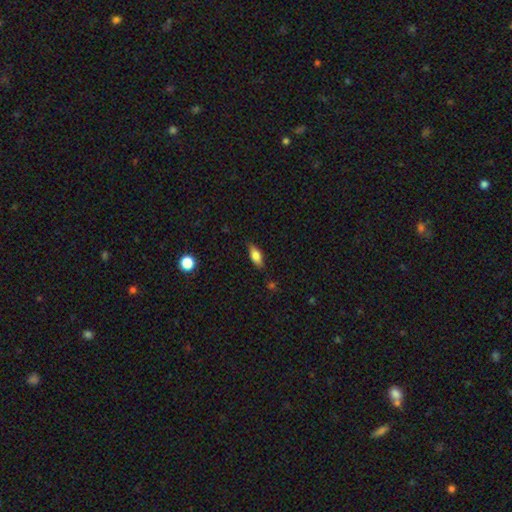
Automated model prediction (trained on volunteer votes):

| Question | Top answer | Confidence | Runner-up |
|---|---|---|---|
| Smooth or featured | smooth | 74% | featured or disk (18%) |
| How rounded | in between | 78% | cigar-shaped (18%) |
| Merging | none | 82% | minor disturbance (14%) |